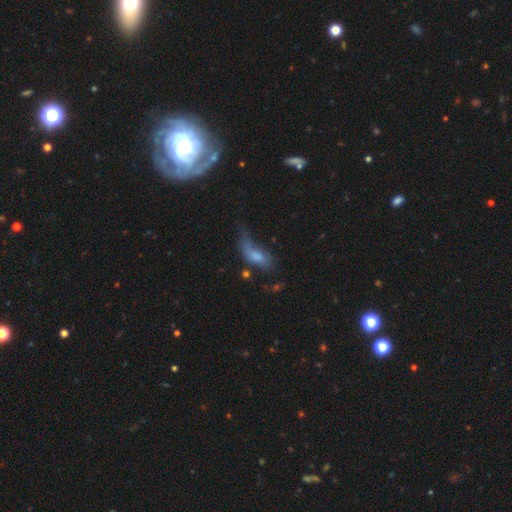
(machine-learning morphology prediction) Q: Smooth or featured?
A: smooth (63%); runner-up: featured or disk (27%)
Q: How rounded?
A: in between (80%); runner-up: cigar-shaped (16%)
Q: Merging?
A: major disturbance (42%); runner-up: minor disturbance (28%)